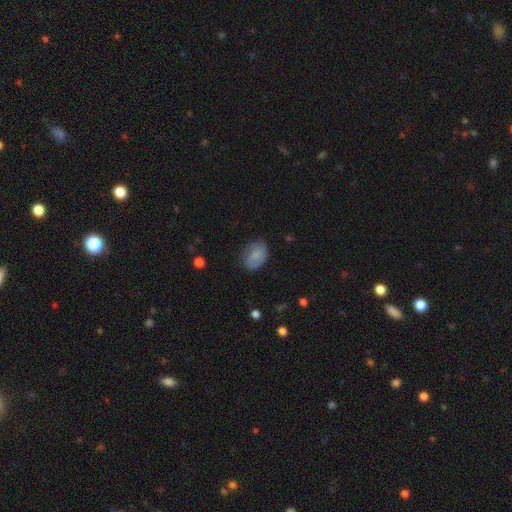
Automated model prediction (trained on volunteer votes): smooth 79%, featured or disk 13%, star or artifact 8%. Down the decision tree: how rounded — in between (83%); merging — none (70%).